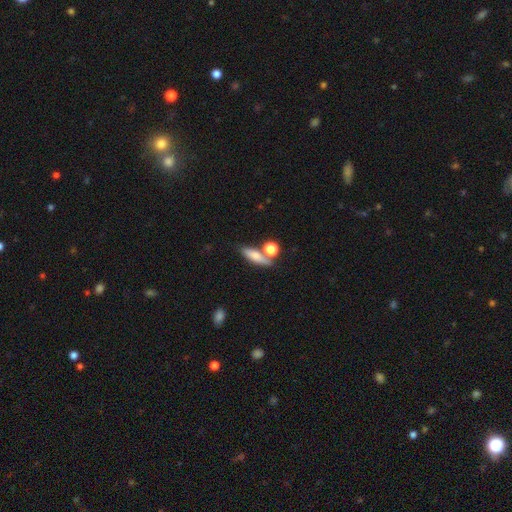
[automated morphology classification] Smooth or featured? smooth (69%)
How rounded? in between (44%)
Merging? none (59%)